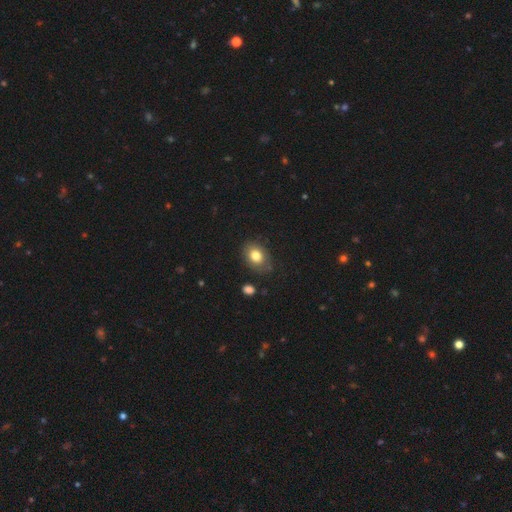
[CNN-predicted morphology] smooth_or_featured: smooth (p=0.79) [alt: featured or disk p=0.12]
how_rounded: in between (p=0.67) [alt: round p=0.32]
merging: none (p=0.77) [alt: minor disturbance p=0.16]